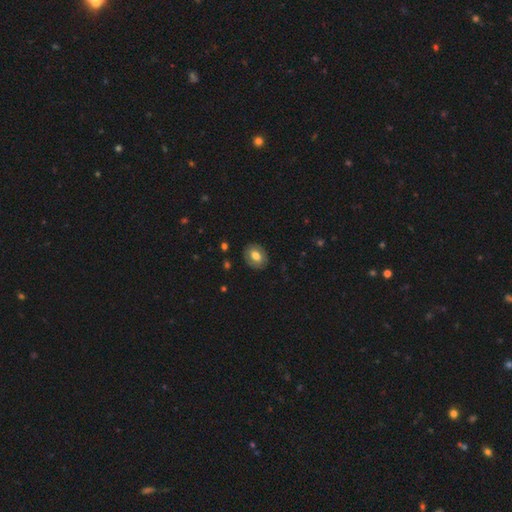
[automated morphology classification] Smooth or featured? smooth (67%)
How rounded? in between (60%)
Merging? none (85%)